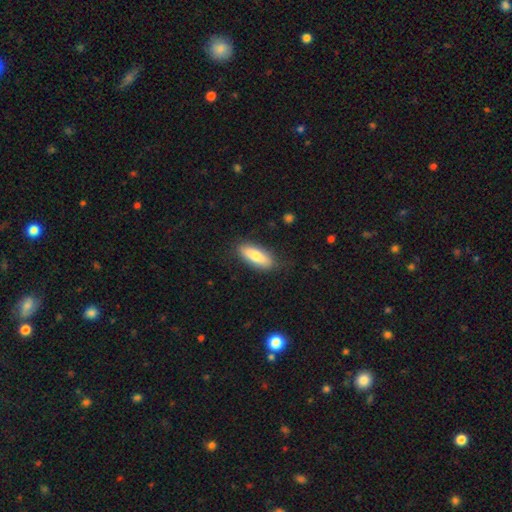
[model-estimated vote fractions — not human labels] A smooth galaxy with no disk features (77%) that is in between round and cigar-shaped (63%). Merging: none (84%).